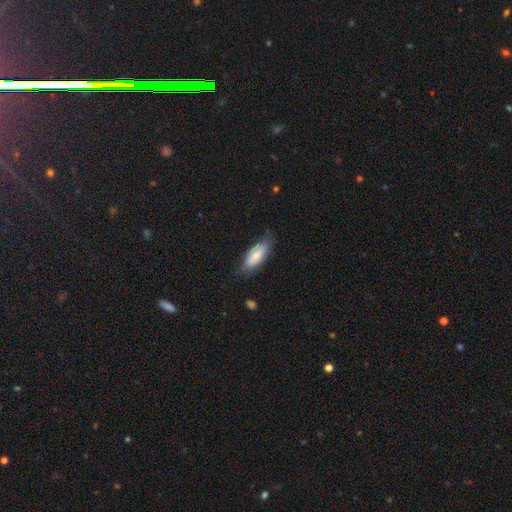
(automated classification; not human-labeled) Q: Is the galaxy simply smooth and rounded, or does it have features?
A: smooth — 79%.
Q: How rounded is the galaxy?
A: in between — 79%.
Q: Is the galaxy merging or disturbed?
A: none — 70%.